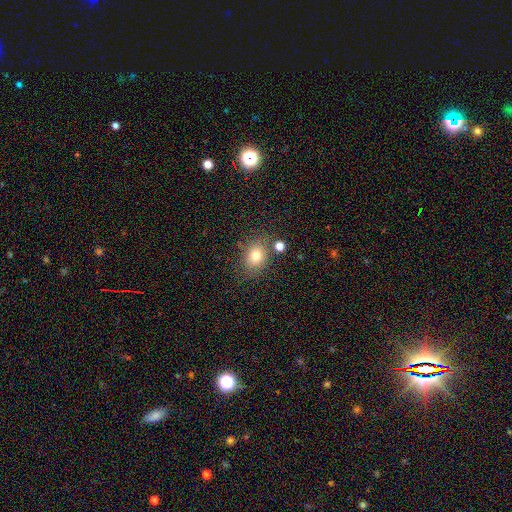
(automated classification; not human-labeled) Smooth or featured? smooth (76%)
How rounded? in between (52%)
Merging? none (74%)